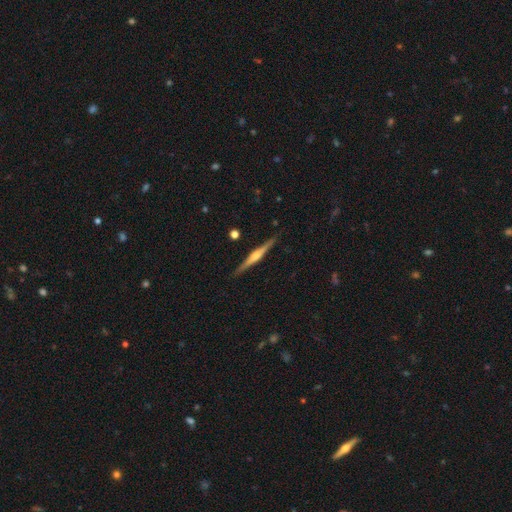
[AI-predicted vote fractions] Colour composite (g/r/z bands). It shows a featured or disk galaxy (77%) viewed edge-on (98%) with a rounded central bulge (82%). Merging: none (90%).